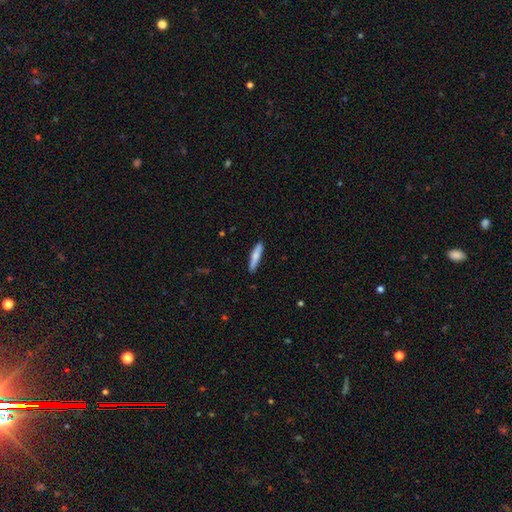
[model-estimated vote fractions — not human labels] Overall: smooth (73%). How rounded: cigar-shaped (87%). Merging: none (87%).